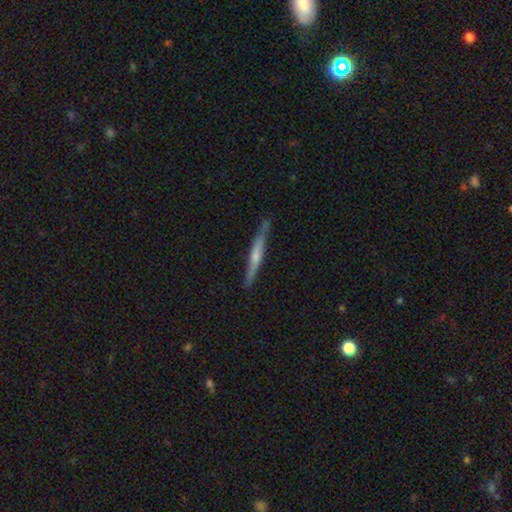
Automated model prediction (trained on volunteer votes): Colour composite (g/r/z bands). It shows a featured or disk galaxy (71%) viewed edge-on (96%) with a rounded central bulge (75%). Merging: none (88%).